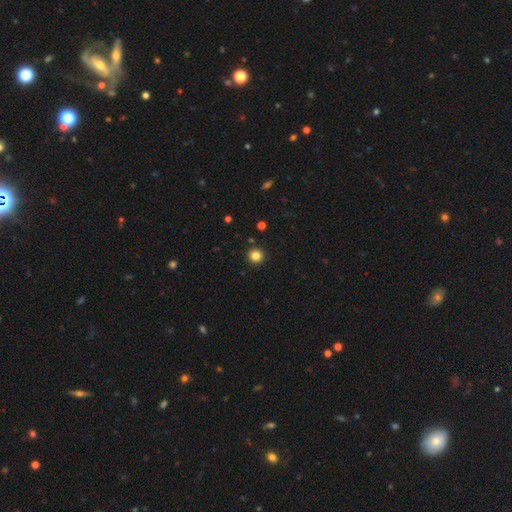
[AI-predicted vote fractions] Smooth or featured?
  - smooth: 83% *
  - star or artifact: 12%
  - featured or disk: 4%
How rounded?
  - round: 95% *
  - in between: 4%
  - cigar-shaped: 1%
Merging?
  - none: 92% *
  - minor disturbance: 5%
  - merger: 2%
  - major disturbance: 2%